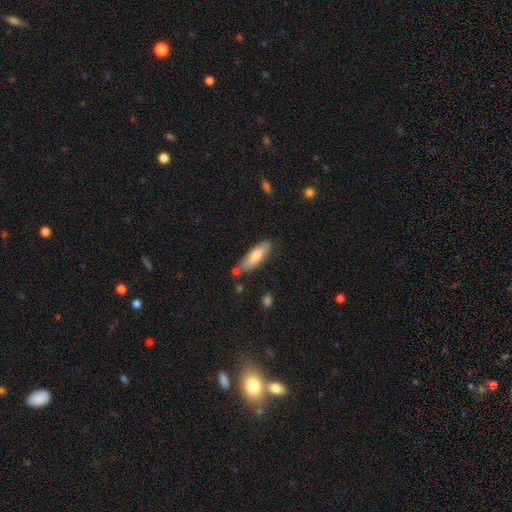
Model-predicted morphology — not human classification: The model was most divided on "how rounded": cigar-shaped: 51%, in between: 47%, round: 2%. More confident: smooth or featured — smooth (74%); merging — none (68%).